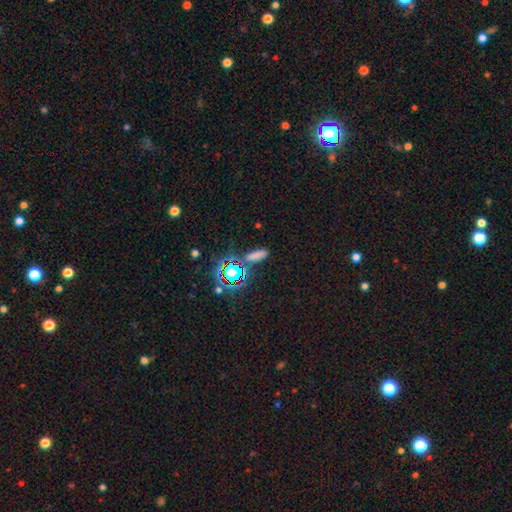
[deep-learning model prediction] A smooth galaxy with no disk features (65%) that is in between round and cigar-shaped (47%, tied with cigar-shaped).

Vote fractions:
- Smooth or featured? smooth: 65% / star or artifact: 27% / featured or disk: 8%
- How rounded? in between: 47% (tied) / cigar-shaped: 47% (tied) / round: 6%
- Merging? none: 78% / minor disturbance: 12% / merger: 6% / major disturbance: 5%